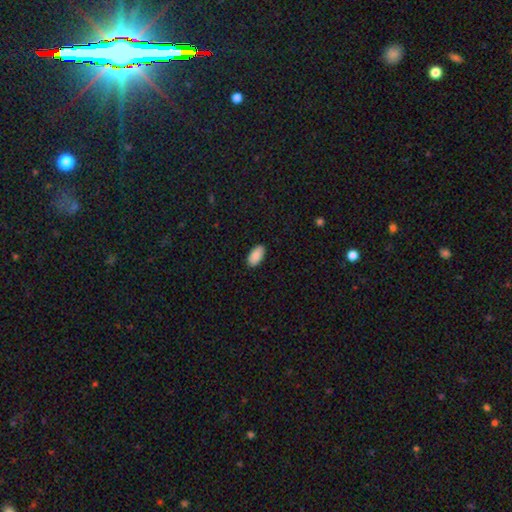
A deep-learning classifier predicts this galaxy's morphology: A smooth galaxy with no disk features (90%) that is in between round and cigar-shaped (96%).

Vote fractions:
- Smooth or featured? smooth: 90% / star or artifact: 6% / featured or disk: 3%
- How rounded? in between: 96% / cigar-shaped: 2% / round: 2%
- Merging? none: 90% / minor disturbance: 8% / major disturbance: 2% / merger: 1%